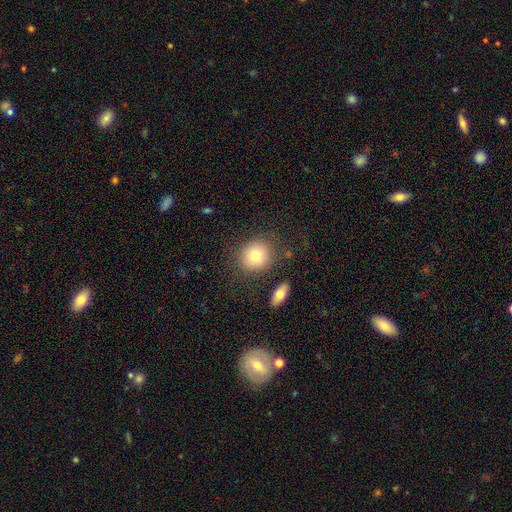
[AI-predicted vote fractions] smooth 77%, featured or disk 13%, star or artifact 10%. Down the decision tree: how rounded — round (81%); merging — none (79%).